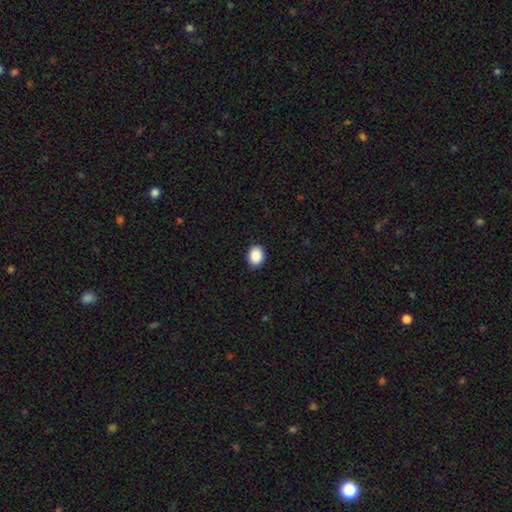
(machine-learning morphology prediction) Smooth or featured?
  - smooth: 89% *
  - star or artifact: 8%
  - featured or disk: 3%
How rounded?
  - in between: 57% *
  - round: 42%
  - cigar-shaped: 1%
Merging?
  - none: 91% *
  - minor disturbance: 6%
  - major disturbance: 2%
  - merger: 1%